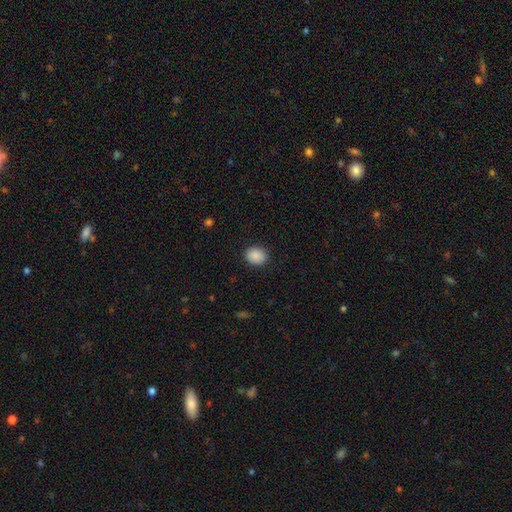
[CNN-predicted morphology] Smooth or featured? smooth (89%)
How rounded? round (58%)
Merging? none (89%)